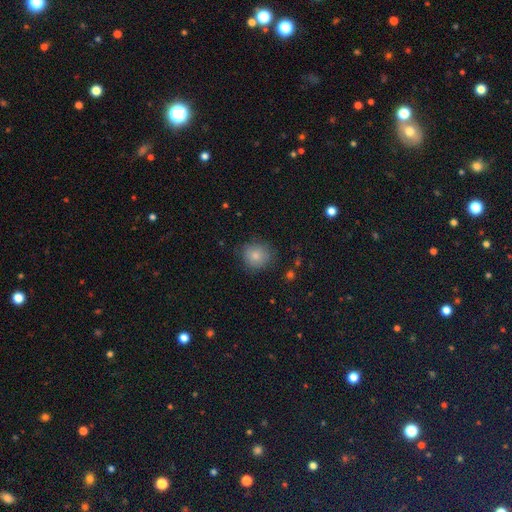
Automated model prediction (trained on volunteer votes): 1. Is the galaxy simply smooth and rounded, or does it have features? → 83% smooth, 9% star or artifact, 8% featured or disk.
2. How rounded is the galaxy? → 84% round, 15% in between, 1% cigar-shaped.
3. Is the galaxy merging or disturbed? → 79% none, 16% minor disturbance, 4% major disturbance, 2% merger.